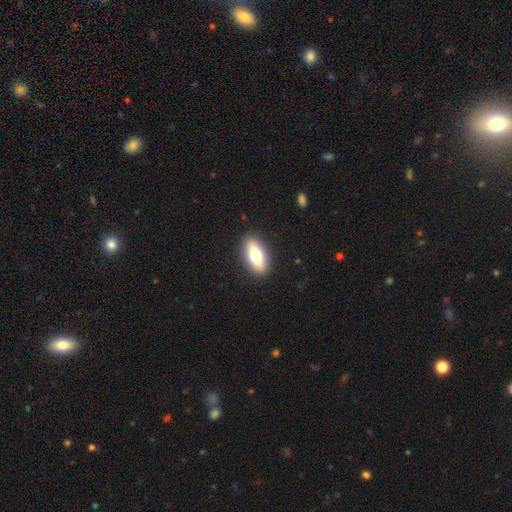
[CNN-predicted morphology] This is likely a smooth galaxy (67%). How rounded: clearly in between (81%). Merging: clearly none (89%).